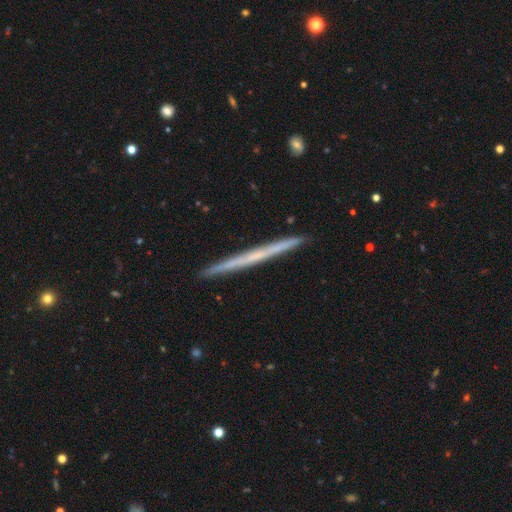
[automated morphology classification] Smooth or featured?
  - featured or disk: 59% *
  - smooth: 35%
  - star or artifact: 6%
Edge-on disk?
  - yes: 98% *
  - no: 2%
Edge-on bulge?
  - none: 84% *
  - rounded: 13%
  - boxy: 3%
Merging?
  - none: 92% *
  - minor disturbance: 6%
  - merger: 1%
  - major disturbance: 1%